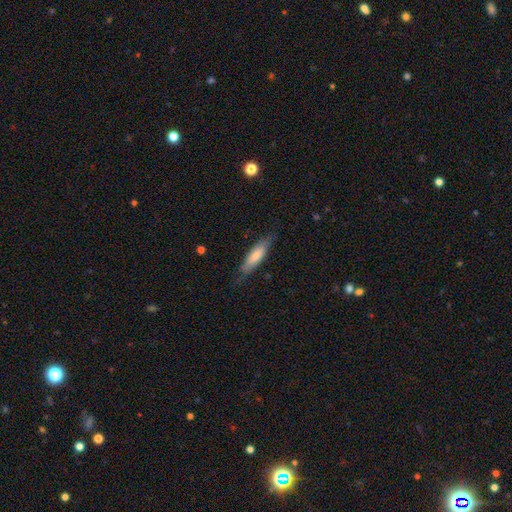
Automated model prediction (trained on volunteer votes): smooth_or_featured: smooth (p=0.71) [alt: featured or disk p=0.24]
how_rounded: cigar-shaped (p=0.60) [alt: in between p=0.38]
merging: none (p=0.74) [alt: minor disturbance p=0.20]